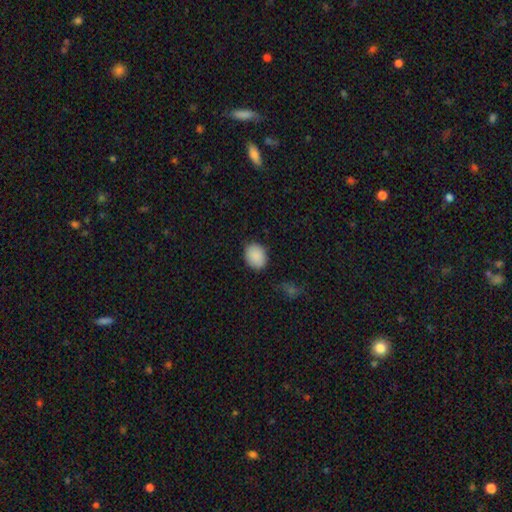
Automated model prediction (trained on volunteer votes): This appears to be a smooth galaxy with no disk features (89%) that is round (58%). Merging: none (85%).